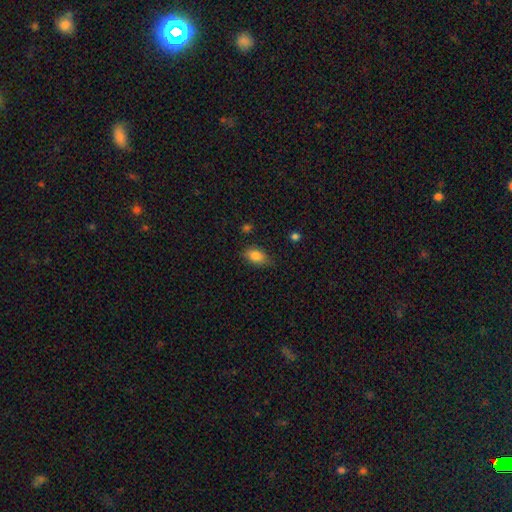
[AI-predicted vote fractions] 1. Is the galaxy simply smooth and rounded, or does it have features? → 83% smooth, 9% star or artifact, 8% featured or disk.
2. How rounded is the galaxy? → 87% in between, 10% round, 3% cigar-shaped.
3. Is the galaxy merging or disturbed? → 76% none, 19% minor disturbance, 3% major disturbance, 2% merger.